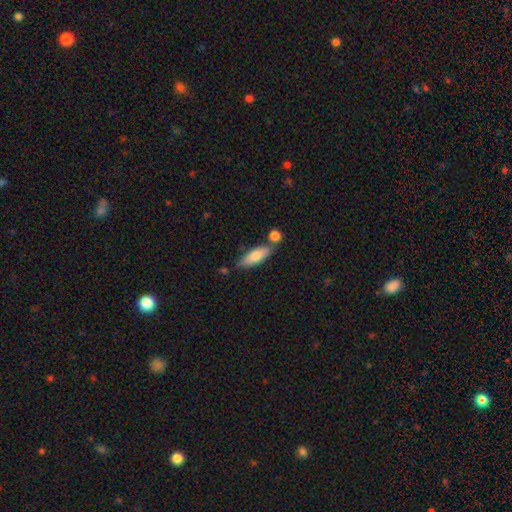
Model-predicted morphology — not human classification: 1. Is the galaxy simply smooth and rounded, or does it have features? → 75% smooth, 19% featured or disk, 6% star or artifact.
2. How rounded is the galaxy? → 51% in between, 46% cigar-shaped, 2% round.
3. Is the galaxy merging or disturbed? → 69% none, 15% minor disturbance, 14% merger, 3% major disturbance.